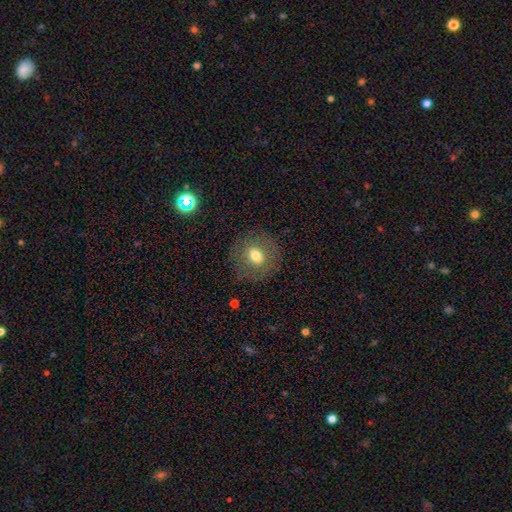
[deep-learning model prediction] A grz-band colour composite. It shows a smooth galaxy with no disk features (67%) that is round (77%). Merging: none (83%).